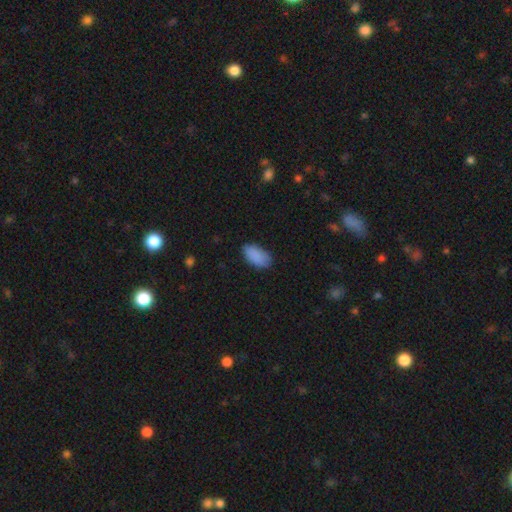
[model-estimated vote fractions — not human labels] This appears to be a smooth galaxy with no disk features (88%) that is in between round and cigar-shaped (93%). Merging: none (74%).